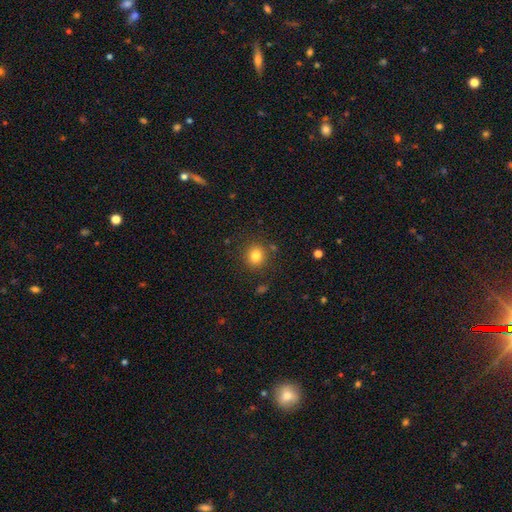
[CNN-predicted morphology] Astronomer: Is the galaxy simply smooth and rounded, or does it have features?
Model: smooth — 81%.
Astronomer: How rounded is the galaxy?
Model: round — 86%.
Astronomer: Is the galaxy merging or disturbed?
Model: none — 86%.